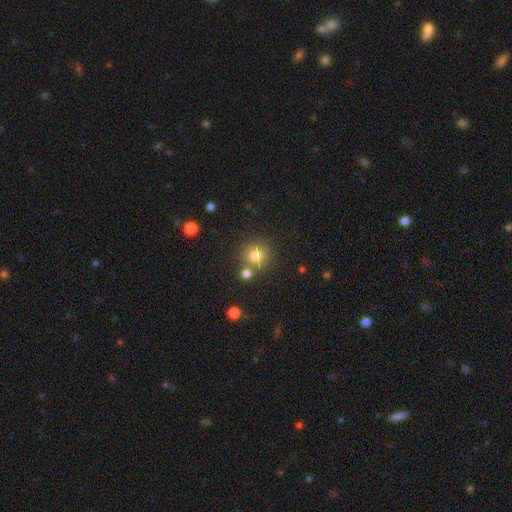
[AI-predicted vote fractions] smooth_or_featured: smooth (p=0.79) [alt: star or artifact p=0.13]
how_rounded: round (p=0.92) [alt: in between p=0.07]
merging: none (p=0.73) [alt: merger p=0.15]